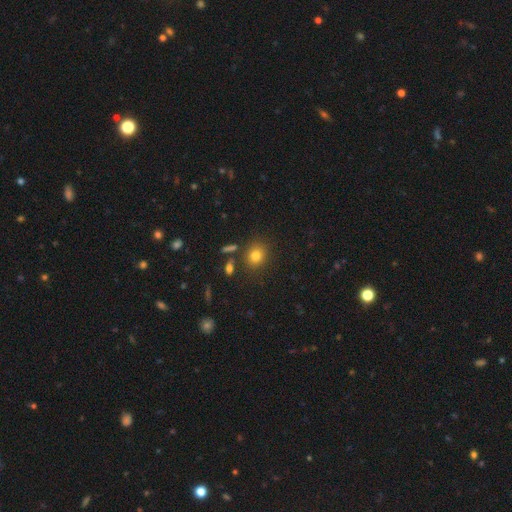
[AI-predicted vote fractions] A smooth galaxy with no disk features (79%) that is round (70%). Merging: none (80%).